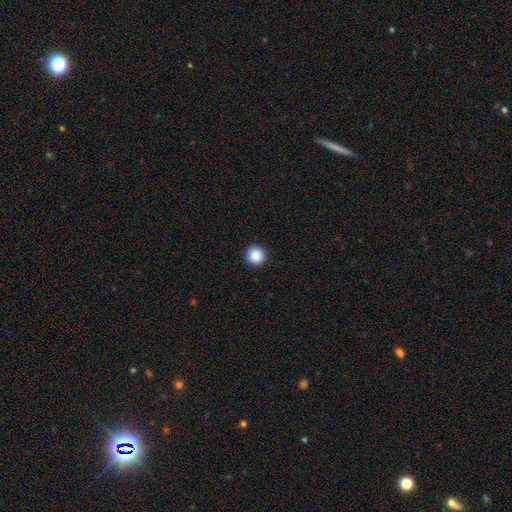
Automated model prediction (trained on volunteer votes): This appears to be a smooth galaxy with no disk features (87%) that is round (94%). Merging: none (93%).